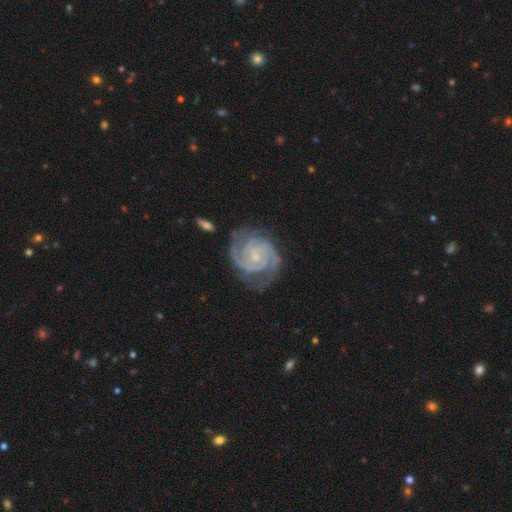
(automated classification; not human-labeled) Smooth or featured: featured or disk — 93% (star or artifact — 4%)
Edge-on disk: no — 98% (yes — 2%)
Bar: no — 65% (weak — 27%)
Spiral arms: yes — 99% (no — 1%)
Spiral winding: tight — 74% (medium — 23%)
Spiral arm count: 2 — 66% (3 — 18%)
Bulge size: small — 75% (moderate — 18%)
Merging: none — 74% (minor disturbance — 17%)